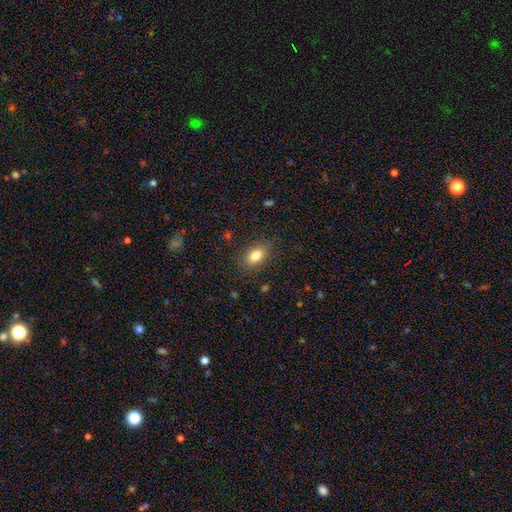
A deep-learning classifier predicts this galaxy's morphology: Q: Smooth or featured?
A: smooth (80%); runner-up: featured or disk (10%)
Q: How rounded?
A: in between (84%); runner-up: round (13%)
Q: Merging?
A: none (84%); runner-up: minor disturbance (12%)